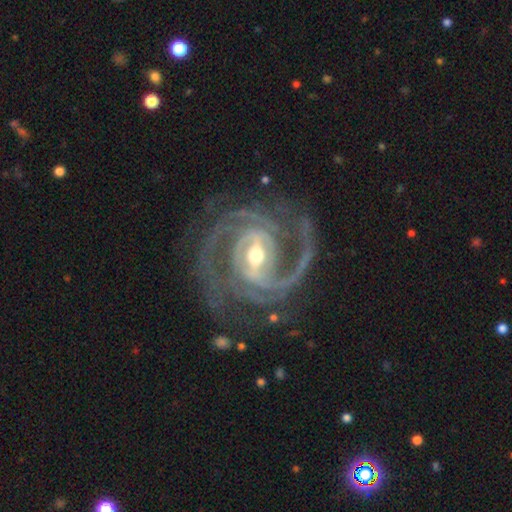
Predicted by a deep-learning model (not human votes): Smooth or featured: featured or disk — 94% (star or artifact — 4%)
Edge-on disk: no — 98% (yes — 2%)
Bar: strong — 52% (weak — 37%)
Spiral arms: yes — 99% (no — 1%)
Spiral winding: tight — 52% (medium — 41%)
Spiral arm count: 2 — 39% (3 — 28%)
Bulge size: moderate — 62% (small — 31%)
Merging: none — 73% (minor disturbance — 15%)